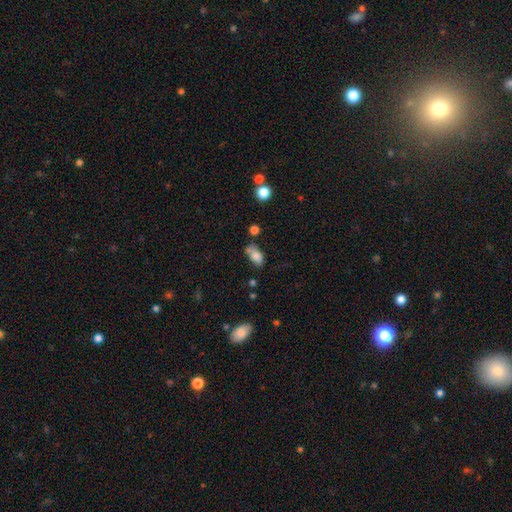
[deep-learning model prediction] smooth 78%, featured or disk 12%, star or artifact 10%. Down the decision tree: how rounded — in between (87%); merging — none (42%).